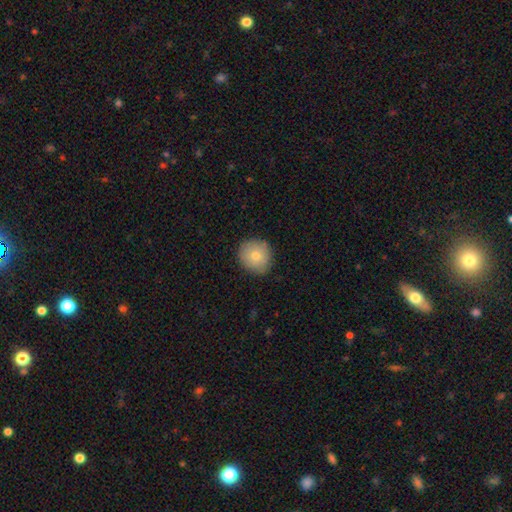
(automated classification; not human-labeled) Overall: smooth (76%). How rounded: round (91%). Merging: none (88%).